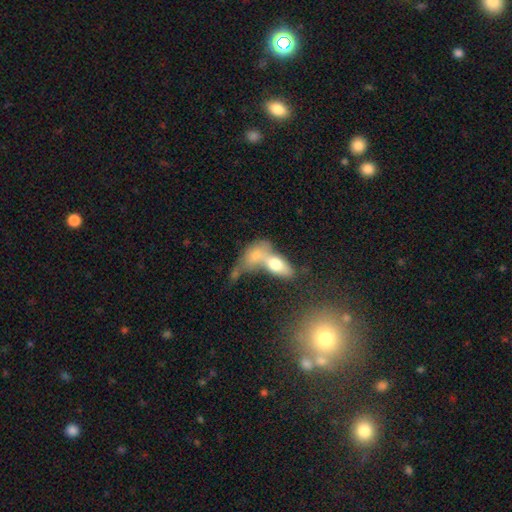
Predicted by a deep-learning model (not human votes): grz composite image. It shows a smooth galaxy with no disk features (62%) that is in between round and cigar-shaped (76%). Merging: merger (71%).